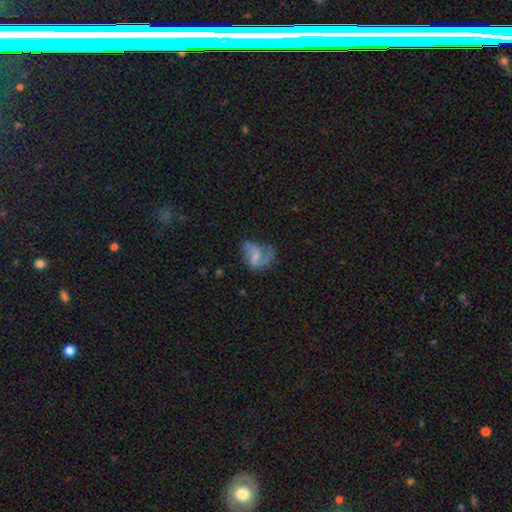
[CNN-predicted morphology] Smooth or featured? Predicted: featured or disk (p=0.62). Edge-on disk? Predicted: no (p=0.98). Bar? Predicted: weak (p=0.45). Spiral arms? Predicted: yes (p=0.79). Bulge size? Predicted: small (p=0.35). Merging? Predicted: major disturbance (p=0.35, tied with none).